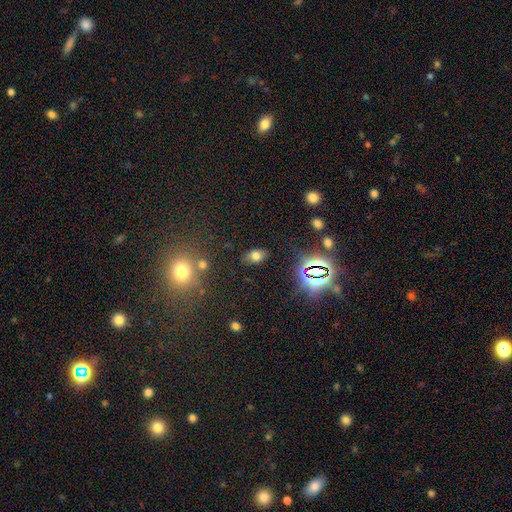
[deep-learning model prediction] Smooth or featured? Predicted: smooth (p=0.66). How rounded? Predicted: in between (p=0.85). Merging? Predicted: none (p=0.81).